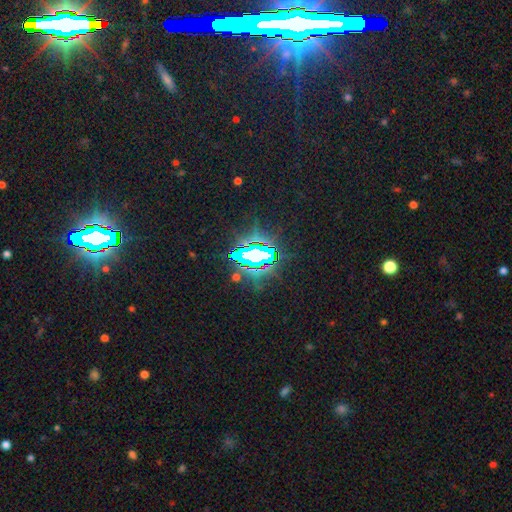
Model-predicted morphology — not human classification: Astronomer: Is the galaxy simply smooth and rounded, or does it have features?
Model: star or artifact — 78%.